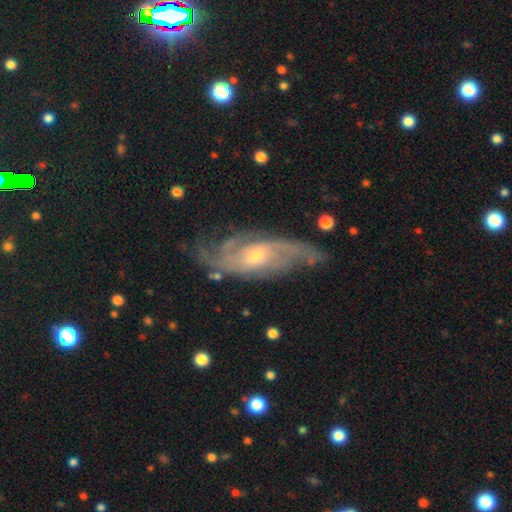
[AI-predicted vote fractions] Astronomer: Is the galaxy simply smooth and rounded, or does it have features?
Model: featured or disk — 88%.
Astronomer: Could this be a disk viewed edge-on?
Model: no — 91%.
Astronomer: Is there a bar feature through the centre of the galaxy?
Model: no — 59%.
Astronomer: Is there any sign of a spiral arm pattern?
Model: yes — 96%.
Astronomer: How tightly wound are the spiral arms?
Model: medium — 42% (runner-up: tight, 40%).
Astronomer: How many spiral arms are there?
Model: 2 — 32% (runner-up: can't tell, 25%).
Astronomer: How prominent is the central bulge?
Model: small — 55% (runner-up: moderate, 41%).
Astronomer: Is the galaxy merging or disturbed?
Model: none — 68%.